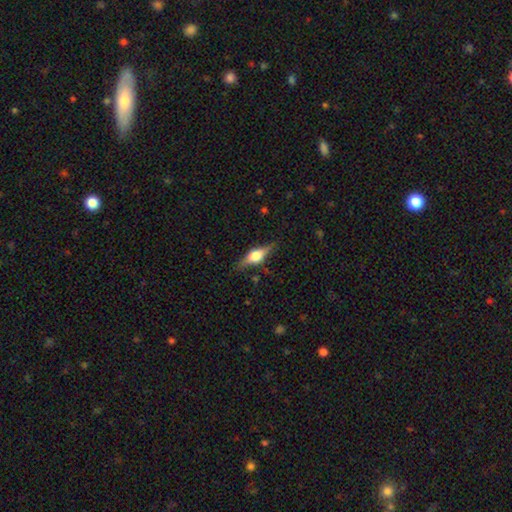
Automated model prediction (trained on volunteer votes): Smooth or featured? Predicted: featured or disk (p=0.62). Edge-on disk? Predicted: yes (p=0.95). Edge-on bulge? Predicted: rounded (p=0.89). Merging? Predicted: none (p=0.82).